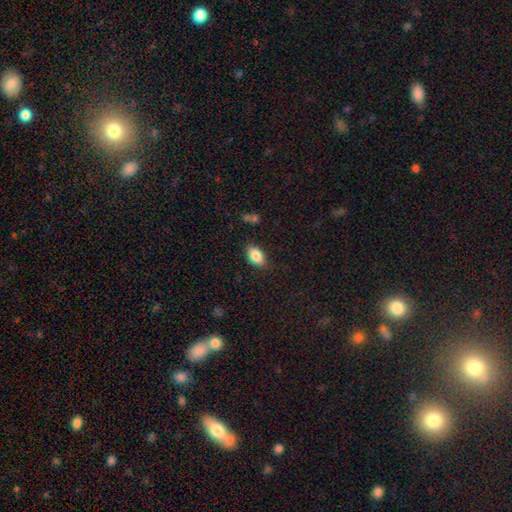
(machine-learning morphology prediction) smooth 85%, featured or disk 8%, star or artifact 8%. Down the decision tree: how rounded — in between (90%); merging — none (83%).